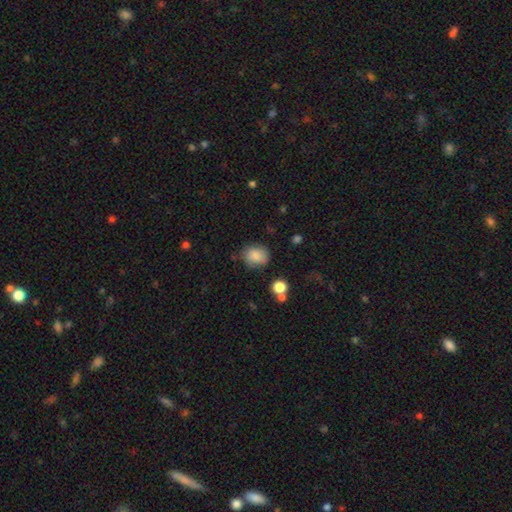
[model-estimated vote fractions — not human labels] Q: Smooth or featured?
A: smooth (82%); runner-up: star or artifact (9%)
Q: How rounded?
A: round (65%); runner-up: in between (34%)
Q: Merging?
A: none (72%); runner-up: minor disturbance (20%)